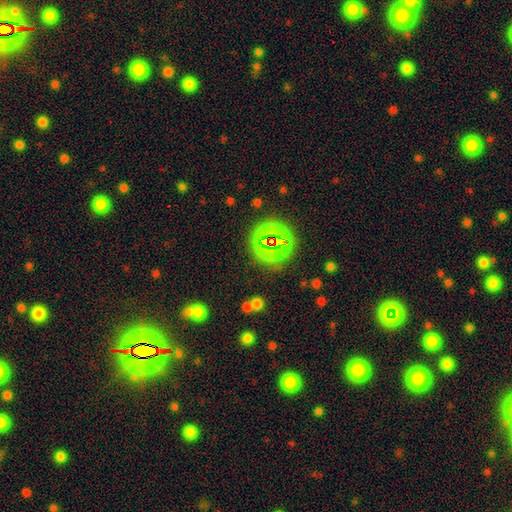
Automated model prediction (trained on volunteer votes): smooth-or-featured: star or artifact: 74% | smooth: 16% | featured or disk: 10%